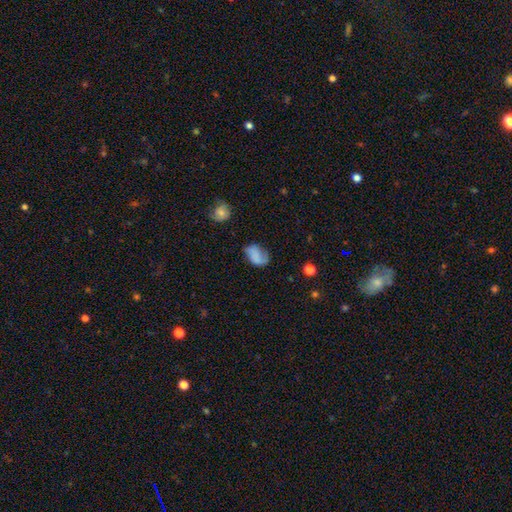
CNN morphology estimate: smooth 62%, featured or disk 27%, star or artifact 11%. Down the decision tree: how rounded — in between (83%); merging — none (48%).